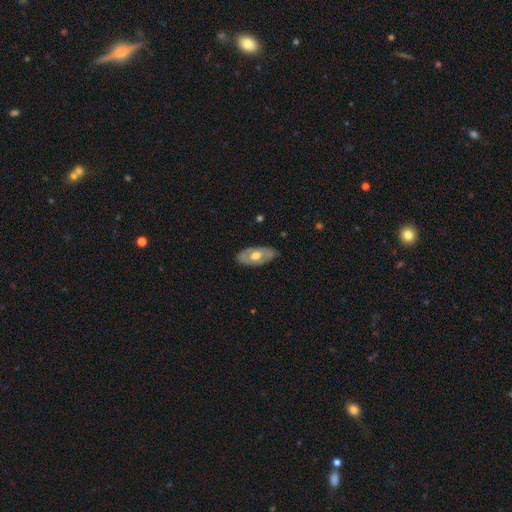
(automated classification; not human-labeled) smooth_or_featured: featured or disk (p=0.55) [alt: smooth p=0.40]
disk_edge_on: no (p=0.84) [alt: yes p=0.16]
merging: none (p=0.78) [alt: minor disturbance p=0.17]